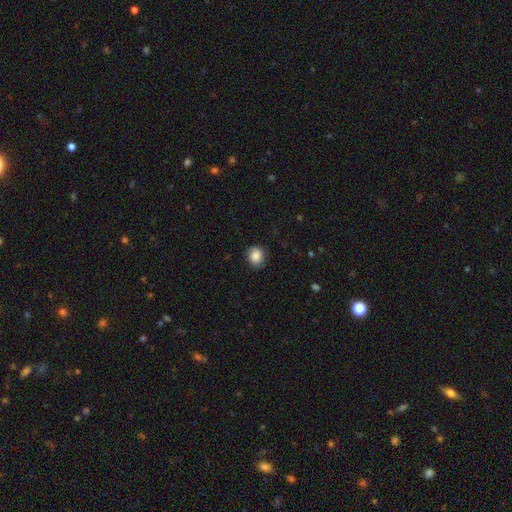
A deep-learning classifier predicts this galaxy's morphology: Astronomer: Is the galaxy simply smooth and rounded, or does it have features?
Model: smooth — 85%.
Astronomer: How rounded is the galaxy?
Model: round — 68%.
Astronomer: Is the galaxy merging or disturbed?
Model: none — 81%.